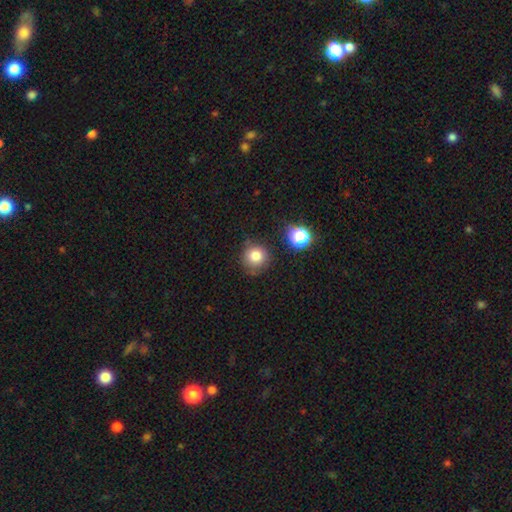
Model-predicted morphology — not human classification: This appears to be a smooth galaxy with no disk features (79%) that is round (92%). Merging: none (77%).